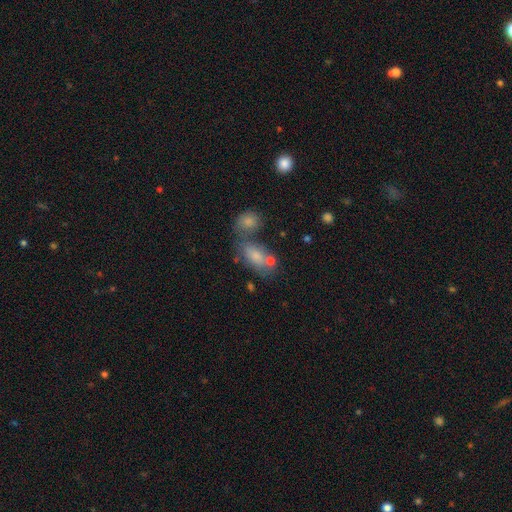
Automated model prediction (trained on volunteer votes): smooth-or-featured: smooth: 64% | featured or disk: 20% | star or artifact: 16%
  how-rounded: in between: 82% | round: 12% | cigar-shaped: 6%
  merging: none: 40% | merger: 37% | minor disturbance: 15% | major disturbance: 8%